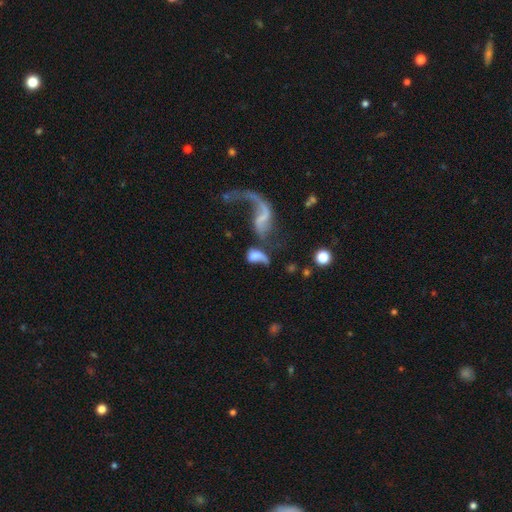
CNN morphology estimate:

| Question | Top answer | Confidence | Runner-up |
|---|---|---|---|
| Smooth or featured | featured or disk | 47% | smooth (42%) |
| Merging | merger | 47% | major disturbance (27%) |